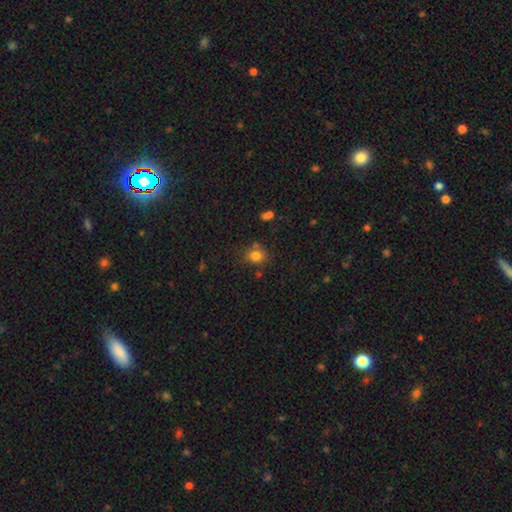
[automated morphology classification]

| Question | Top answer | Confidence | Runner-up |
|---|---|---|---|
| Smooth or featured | smooth | 80% | star or artifact (13%) |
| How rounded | round | 68% | in between (31%) |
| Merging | none | 69% | minor disturbance (15%) |